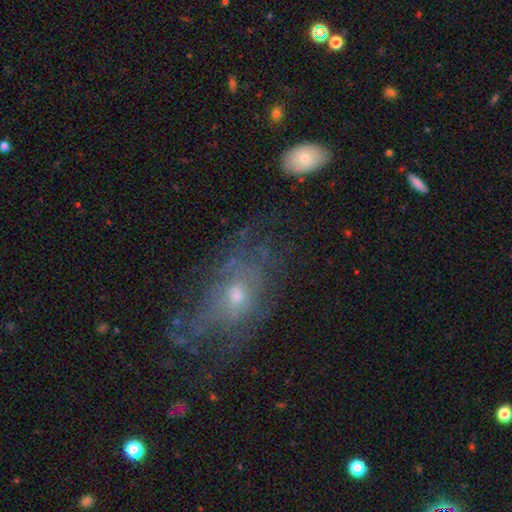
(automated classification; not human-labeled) Smooth or featured?
  - featured or disk: 55% *
  - smooth: 25%
  - star or artifact: 20%
Edge-on disk?
  - no: 90% *
  - yes: 10%
Merging?
  - none: 53% *
  - minor disturbance: 22%
  - major disturbance: 22%
  - merger: 3%